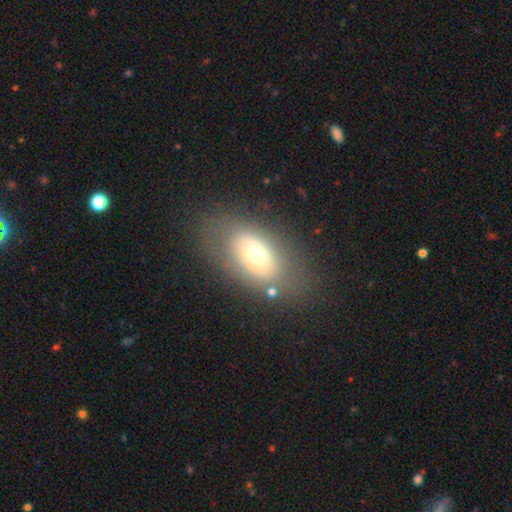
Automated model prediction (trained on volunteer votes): A smooth galaxy with no disk features (51%) that is in between round and cigar-shaped (85%).

Vote fractions:
- Smooth or featured? smooth: 51% / featured or disk: 39% / star or artifact: 10%
- How rounded? in between: 85% / round: 13% / cigar-shaped: 3%
- Merging? none: 75% / minor disturbance: 14% / major disturbance: 8% / merger: 3%